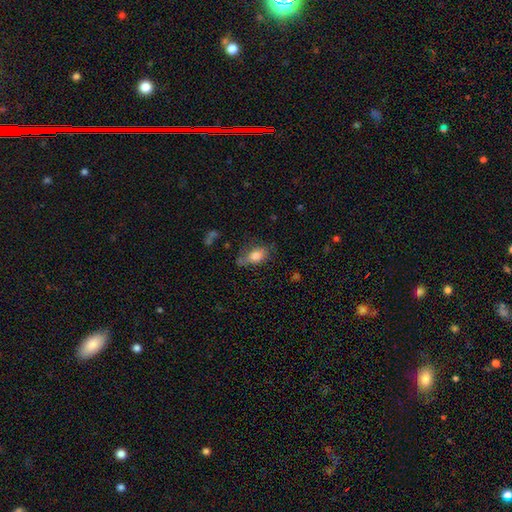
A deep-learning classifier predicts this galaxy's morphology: Smooth or featured? smooth (73%)
How rounded? in between (81%)
Merging? none (48%)